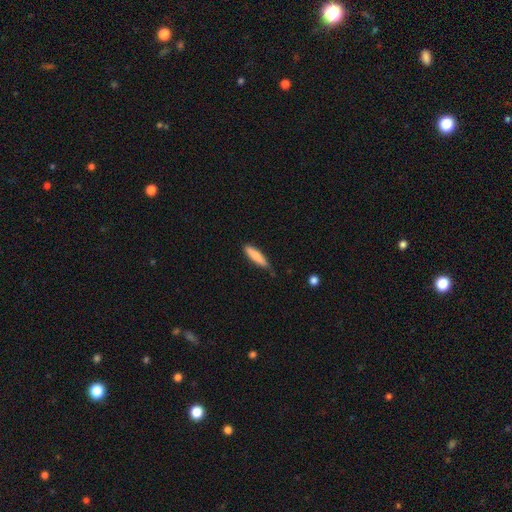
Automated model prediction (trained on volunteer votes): smooth_or_featured: smooth (p=0.81) [alt: featured or disk p=0.14]
how_rounded: cigar-shaped (p=0.80) [alt: in between p=0.19]
merging: none (p=0.67) [alt: minor disturbance p=0.27]